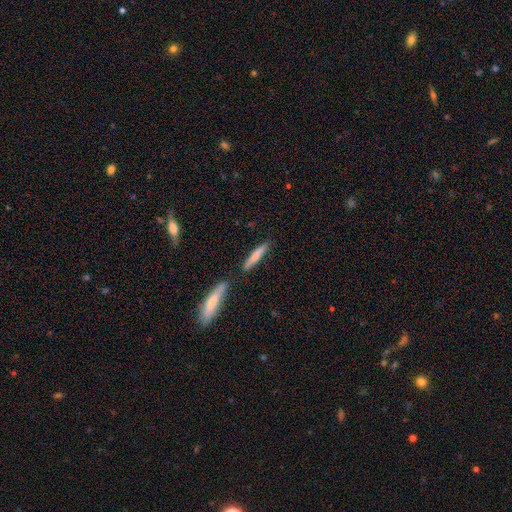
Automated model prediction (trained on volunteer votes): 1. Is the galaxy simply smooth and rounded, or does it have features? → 69% smooth, 25% featured or disk, 6% star or artifact.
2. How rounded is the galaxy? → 89% cigar-shaped, 9% in between, 2% round.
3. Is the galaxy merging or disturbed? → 75% none, 11% merger, 11% minor disturbance, 3% major disturbance.